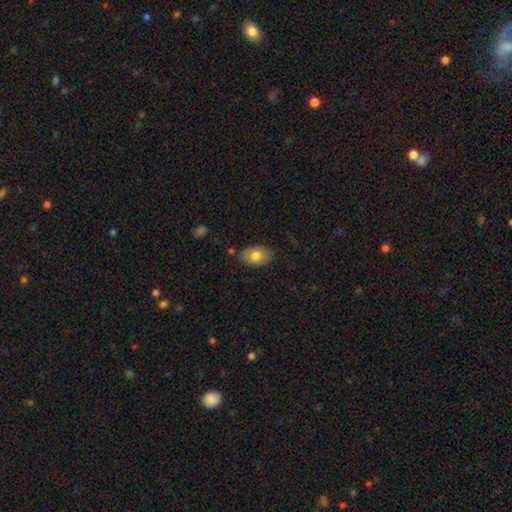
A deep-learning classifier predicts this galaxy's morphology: type=smooth (75%); roundness=in between (87%); merging=none (79%).